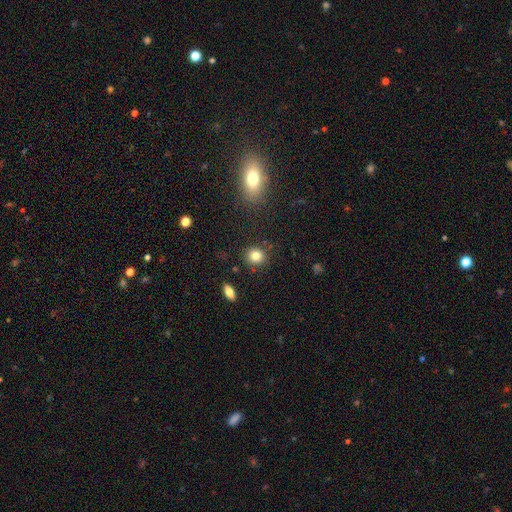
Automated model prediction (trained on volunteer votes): smooth-or-featured: smooth: 82% | star or artifact: 11% | featured or disk: 7%
  how-rounded: round: 83% | in between: 15% | cigar-shaped: 1%
  merging: none: 87% | minor disturbance: 8% | major disturbance: 3% | merger: 2%